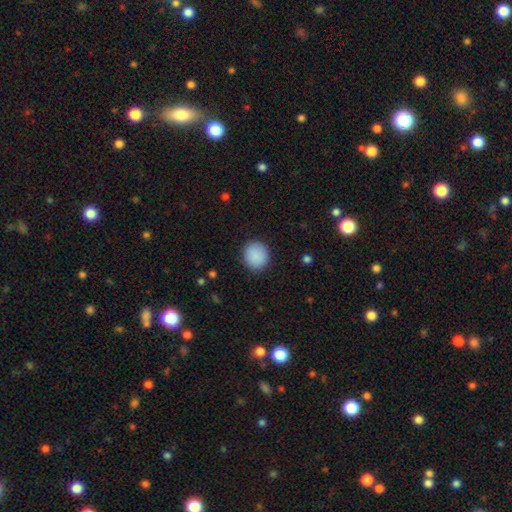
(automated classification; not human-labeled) smooth 89%, star or artifact 7%, featured or disk 3%. Down the decision tree: how rounded — round (87%); merging — none (90%).